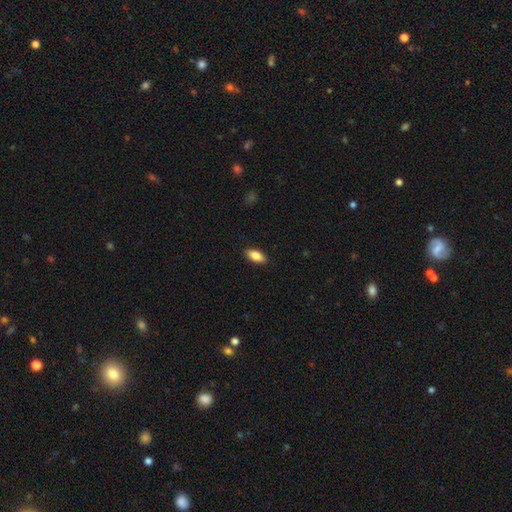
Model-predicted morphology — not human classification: Smooth or featured? Predicted: smooth (p=0.84). How rounded? Predicted: in between (p=0.89). Merging? Predicted: none (p=0.89).